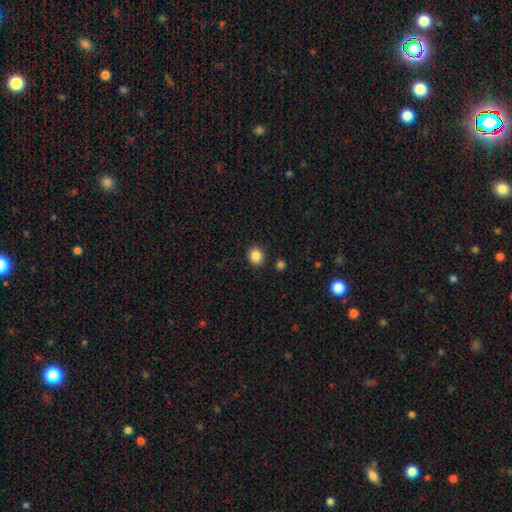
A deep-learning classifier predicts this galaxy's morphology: Smooth or featured? Predicted: smooth (p=0.86). How rounded? Predicted: round (p=0.64). Merging? Predicted: none (p=0.88).